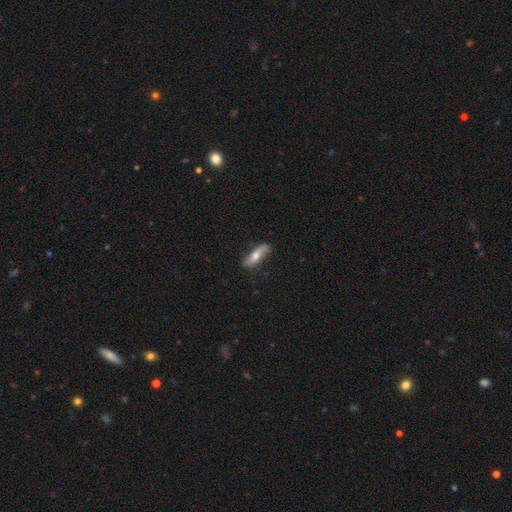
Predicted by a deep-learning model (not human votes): This is possibly a smooth galaxy (59%). How rounded: possibly cigar-shaped (52%). Merging: likely none (76%).